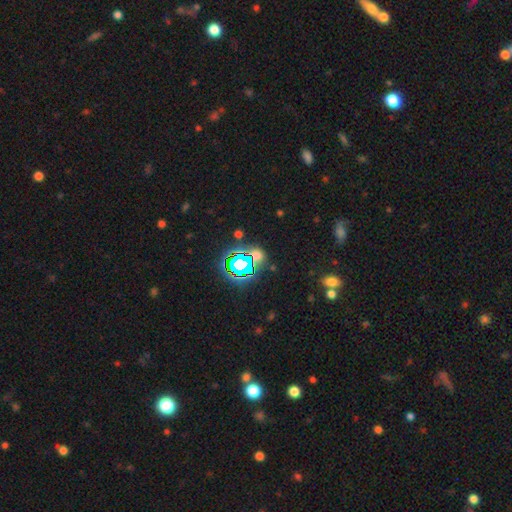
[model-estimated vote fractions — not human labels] Smooth or featured? star or artifact (63%)